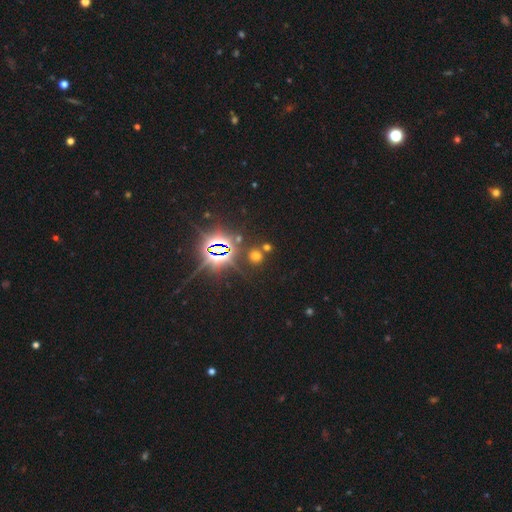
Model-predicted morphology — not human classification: A star or artifact, not a galaxy (48%).